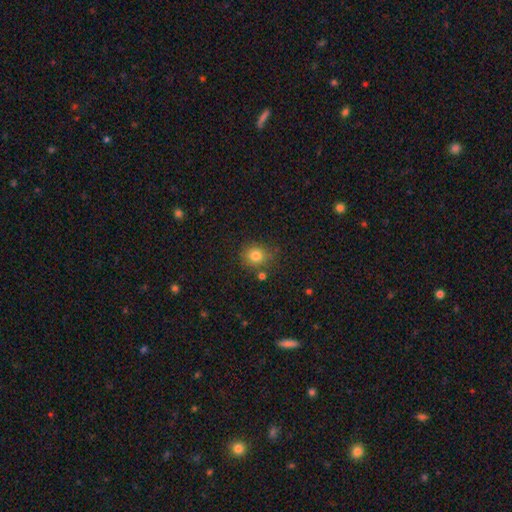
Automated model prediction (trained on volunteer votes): The model was most divided on "how rounded": round: 77%, in between: 22%, cigar-shaped: 1%. More confident: smooth or featured — smooth (81%); merging — none (77%).